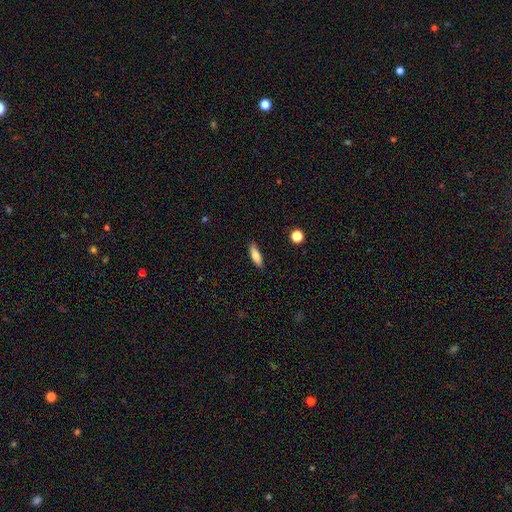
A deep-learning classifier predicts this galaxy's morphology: Smooth or featured? smooth (77%)
How rounded? in between (51%)
Merging? none (85%)